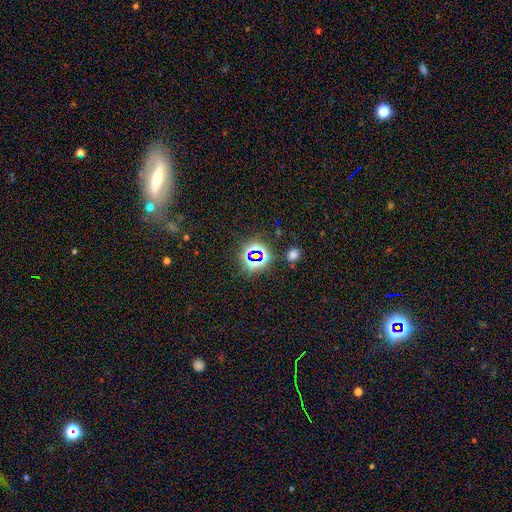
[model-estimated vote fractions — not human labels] This appears to be a star or artifact, not a galaxy (74%).